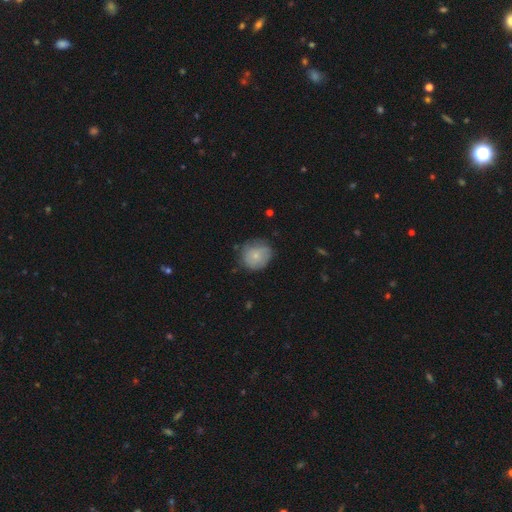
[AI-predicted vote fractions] The model was most divided on "merging": none: 63%, minor disturbance: 27%, major disturbance: 8%, merger: 2%. More confident: how rounded — round (83%); smooth or featured — smooth (70%).